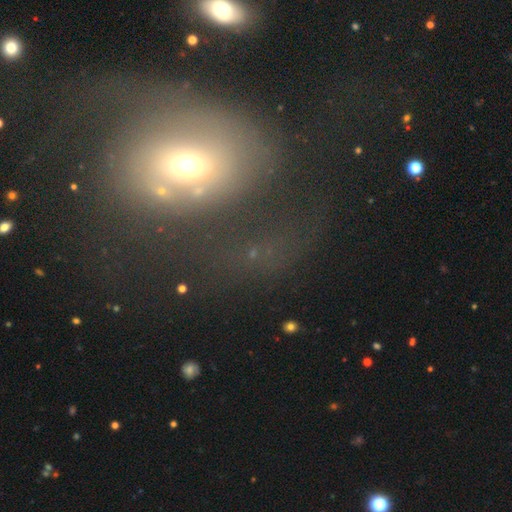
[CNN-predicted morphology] This is possibly a smooth galaxy (46%). Merging: marginally major disturbance (43%).